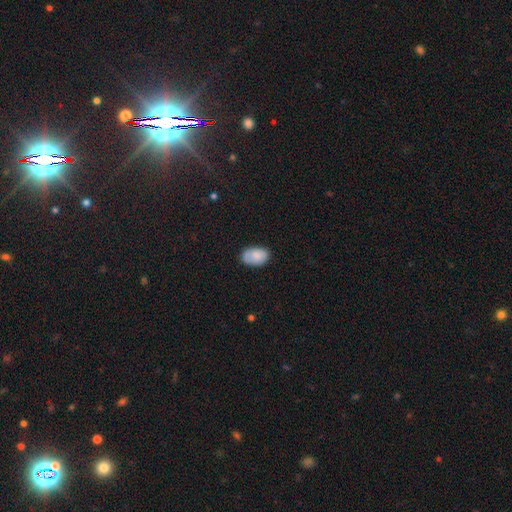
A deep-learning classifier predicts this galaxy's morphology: Overall: smooth (84%). How rounded: in between (90%). Merging: none (75%).